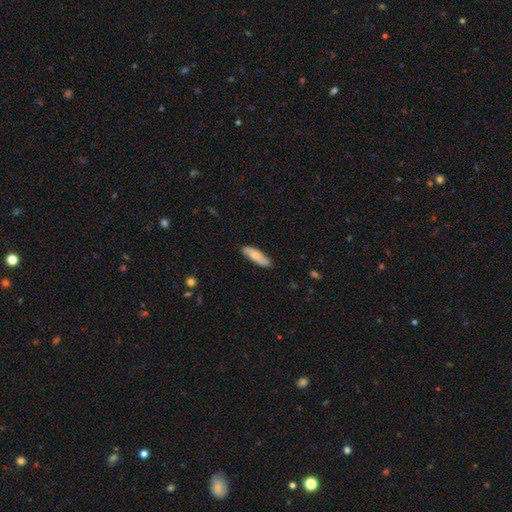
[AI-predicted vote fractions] Smooth or featured: smooth — 76% (featured or disk — 18%)
How rounded: cigar-shaped — 52% (in between — 46%)
Merging: none — 82% (minor disturbance — 14%)